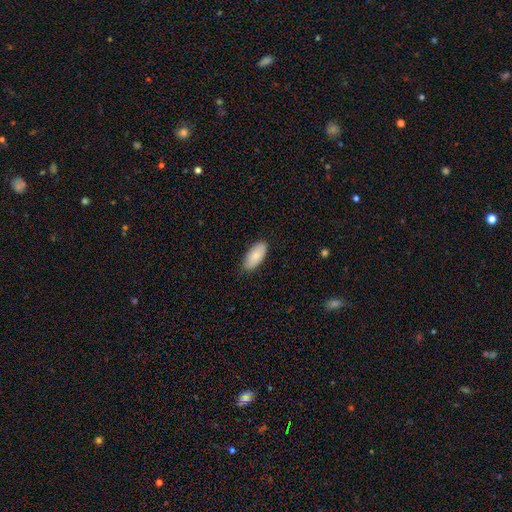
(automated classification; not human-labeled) smooth 87%, featured or disk 7%, star or artifact 6%. Down the decision tree: how rounded — in between (92%); merging — none (83%).